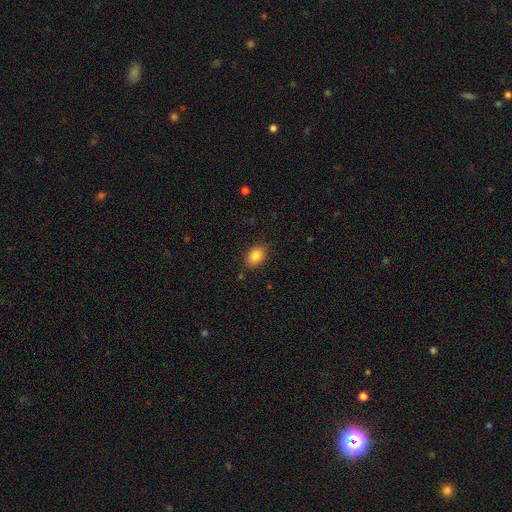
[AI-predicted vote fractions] Overall: smooth (85%). How rounded: in between (71%). Merging: none (85%).